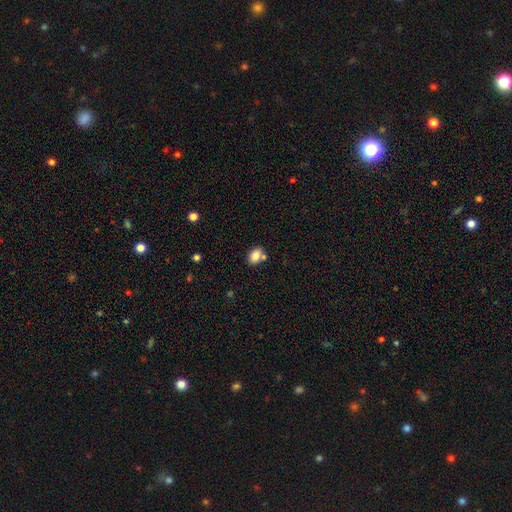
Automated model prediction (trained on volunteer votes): Smooth or featured?
  - smooth: 83% *
  - star or artifact: 9%
  - featured or disk: 8%
How rounded?
  - in between: 78% *
  - round: 21%
  - cigar-shaped: 1%
Merging?
  - none: 65% *
  - merger: 18%
  - minor disturbance: 13%
  - major disturbance: 3%